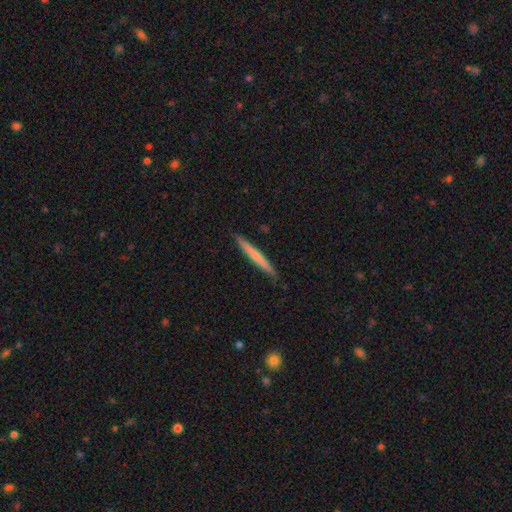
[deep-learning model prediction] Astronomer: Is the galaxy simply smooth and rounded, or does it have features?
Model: smooth — 60%.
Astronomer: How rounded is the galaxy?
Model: cigar-shaped — 97%.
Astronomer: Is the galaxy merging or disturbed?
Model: none — 91%.